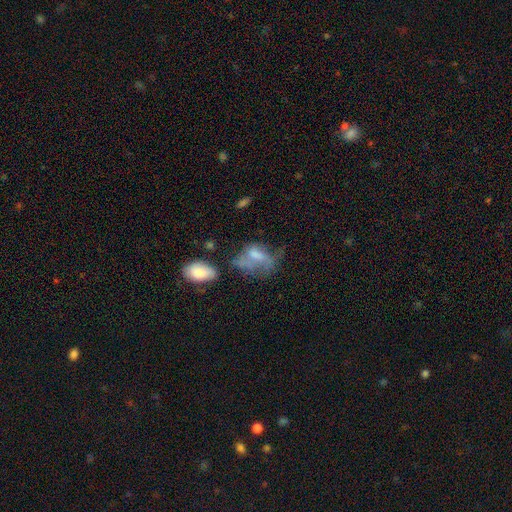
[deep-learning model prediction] Morphology: type=smooth (52%); roundness=in between (82%); merging=major disturbance (38%).